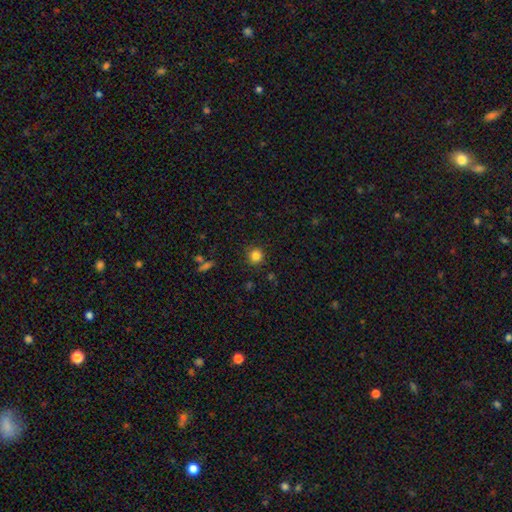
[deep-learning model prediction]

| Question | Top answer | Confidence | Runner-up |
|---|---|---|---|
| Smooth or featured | smooth | 83% | star or artifact (12%) |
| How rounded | round | 92% | in between (7%) |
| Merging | none | 87% | minor disturbance (9%) |